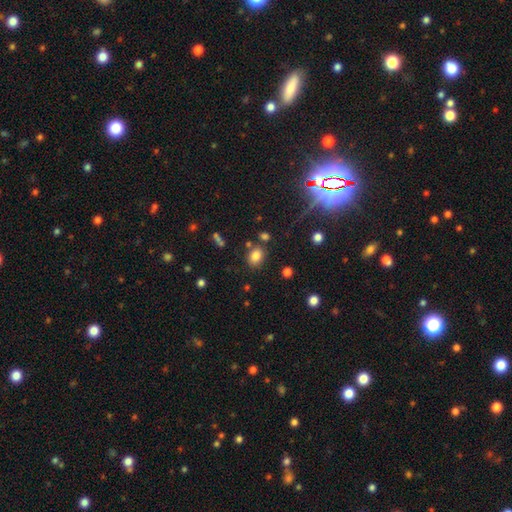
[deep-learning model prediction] Smooth or featured?
  - smooth: 81% *
  - star or artifact: 12%
  - featured or disk: 7%
How rounded?
  - in between: 57% *
  - round: 42%
  - cigar-shaped: 1%
Merging?
  - none: 77% *
  - minor disturbance: 12%
  - merger: 7%
  - major disturbance: 4%